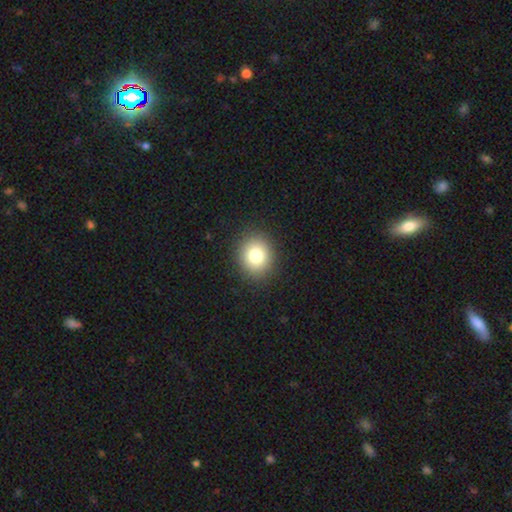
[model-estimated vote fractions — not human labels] Q: Smooth or featured?
A: smooth (80%); runner-up: star or artifact (11%)
Q: How rounded?
A: round (74%); runner-up: in between (25%)
Q: Merging?
A: none (90%); runner-up: minor disturbance (7%)